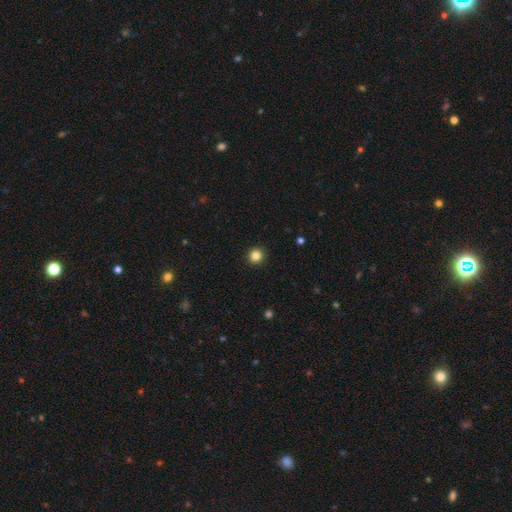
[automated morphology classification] Smooth or featured: smooth — 85% (star or artifact — 12%)
How rounded: round — 93% (in between — 6%)
Merging: none — 93% (minor disturbance — 4%)